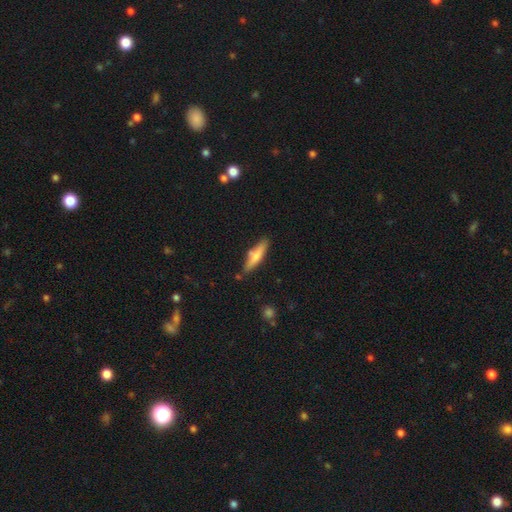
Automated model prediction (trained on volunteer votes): A smooth galaxy with no disk features (61%) that is cigar-shaped (76%). Merging: none (77%).